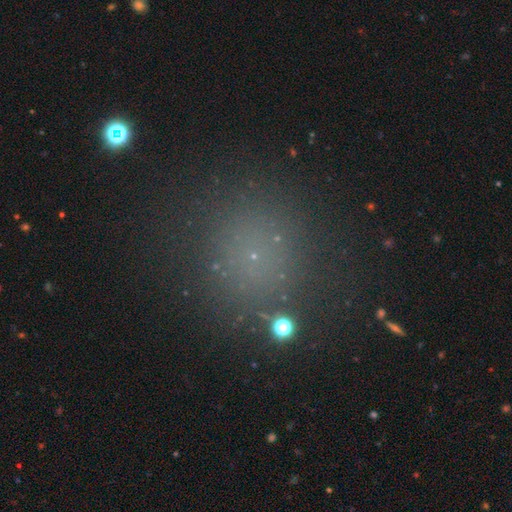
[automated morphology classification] Smooth or featured?
  - smooth: 59% *
  - star or artifact: 32%
  - featured or disk: 9%
How rounded?
  - round: 90% *
  - in between: 9%
  - cigar-shaped: 1%
Merging?
  - none: 83% *
  - minor disturbance: 10%
  - major disturbance: 5%
  - merger: 2%